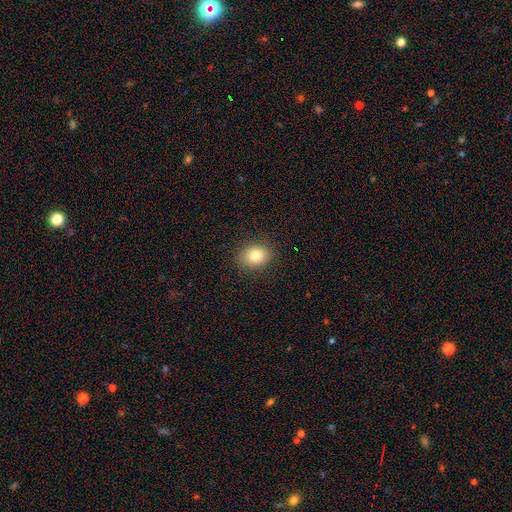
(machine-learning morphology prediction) Overall: smooth (81%). How rounded: in between (51%; round 48%). Merging: none (89%).